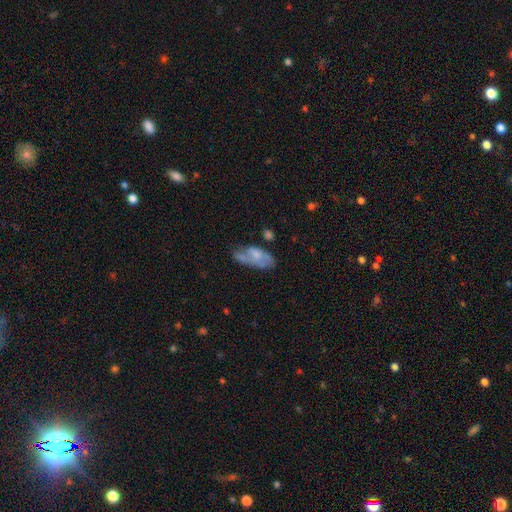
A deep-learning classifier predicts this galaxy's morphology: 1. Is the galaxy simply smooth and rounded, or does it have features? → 49% smooth, 44% featured or disk, 7% star or artifact.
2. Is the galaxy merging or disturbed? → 40% none, 30% minor disturbance, 18% major disturbance, 11% merger.